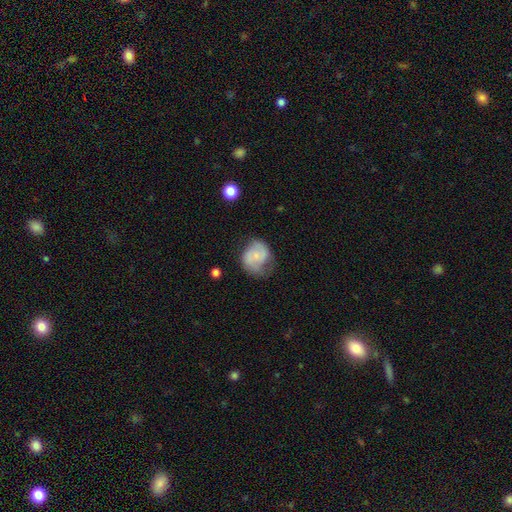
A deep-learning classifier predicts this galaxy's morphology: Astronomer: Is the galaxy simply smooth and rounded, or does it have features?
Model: featured or disk — 48% (runner-up: smooth, 45%).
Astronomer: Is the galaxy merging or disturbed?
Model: none — 51% (runner-up: minor disturbance, 30%).